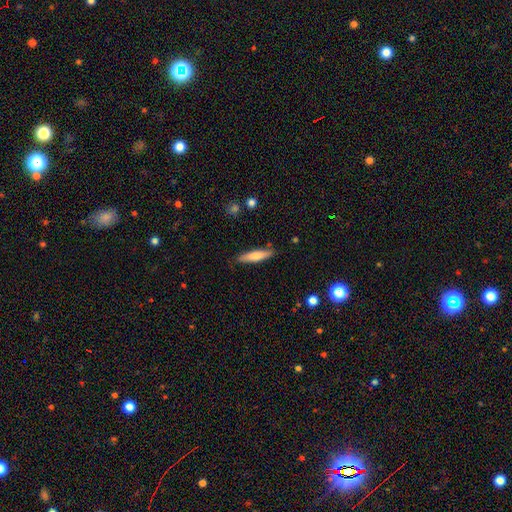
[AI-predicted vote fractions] smooth 68%, featured or disk 26%, star or artifact 6%. Down the decision tree: how rounded — cigar-shaped (82%); merging — none (85%).